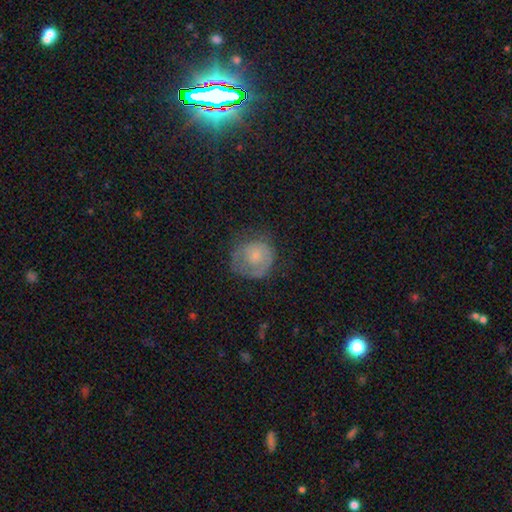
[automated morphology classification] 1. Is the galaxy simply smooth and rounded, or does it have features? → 54% smooth, 37% featured or disk, 8% star or artifact.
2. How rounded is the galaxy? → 85% round, 14% in between, 1% cigar-shaped.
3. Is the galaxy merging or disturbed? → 55% none, 26% minor disturbance, 18% major disturbance, 1% merger.